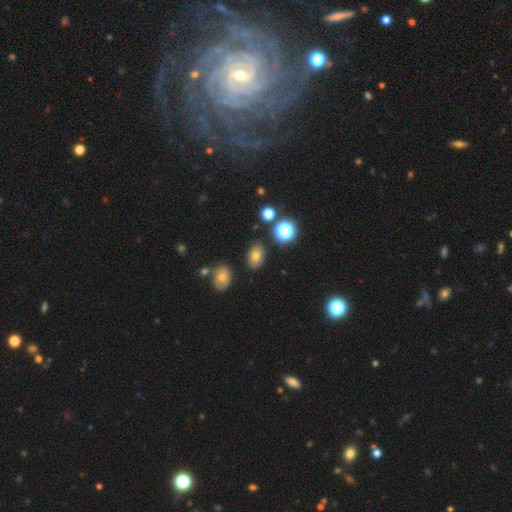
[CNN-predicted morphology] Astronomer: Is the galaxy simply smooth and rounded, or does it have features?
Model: smooth — 72%.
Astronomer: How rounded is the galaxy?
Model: in between — 81%.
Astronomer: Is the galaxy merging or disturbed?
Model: none — 84%.